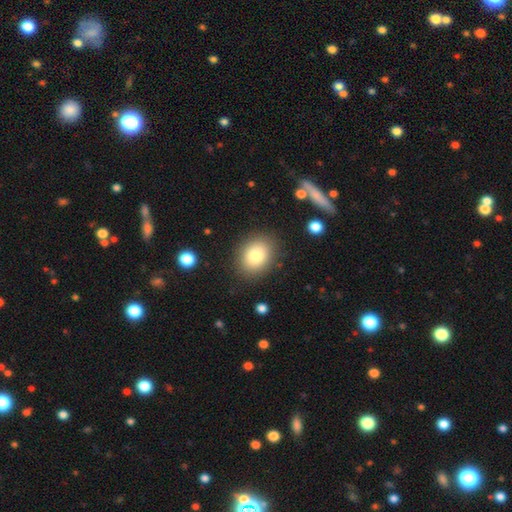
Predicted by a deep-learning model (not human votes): This is clearly a smooth galaxy (81%). How rounded: possibly in between (55%). Merging: clearly none (86%).